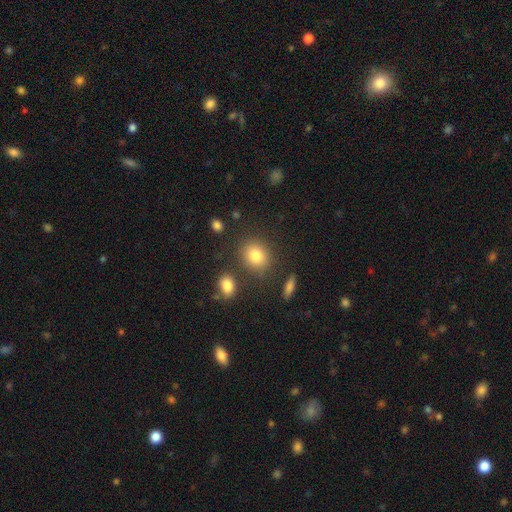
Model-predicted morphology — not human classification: This is clearly a smooth galaxy (82%). How rounded: likely round (67%). Merging: likely none (79%).